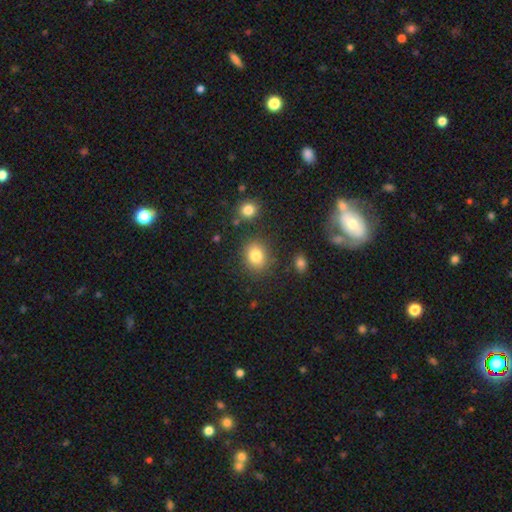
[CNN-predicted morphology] This appears to be a smooth galaxy with no disk features (82%) that is round (62%). Merging: none (82%).